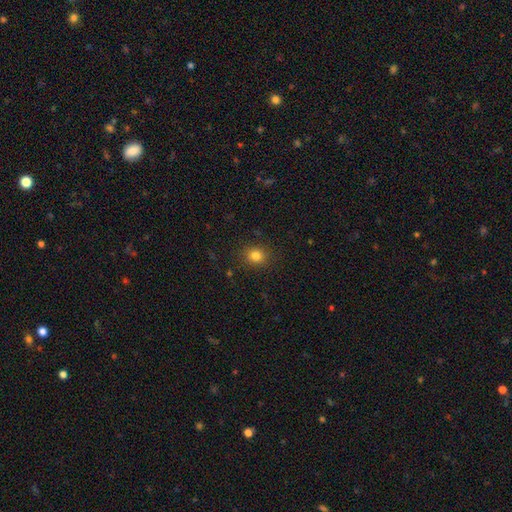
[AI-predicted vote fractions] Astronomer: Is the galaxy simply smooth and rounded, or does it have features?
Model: smooth — 81%.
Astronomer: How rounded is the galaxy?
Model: round — 76%.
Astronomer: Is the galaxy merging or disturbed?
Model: none — 88%.